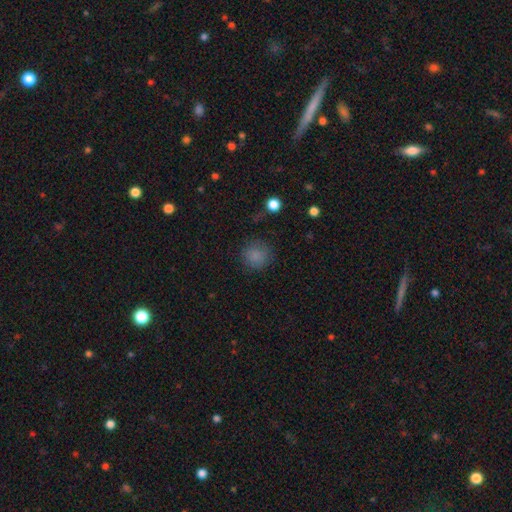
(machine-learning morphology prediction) type=smooth (82%); roundness=round (91%); merging=none (80%).